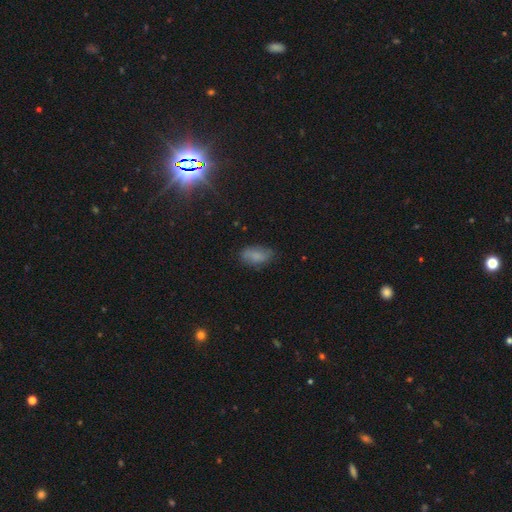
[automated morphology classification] type=smooth (77%); roundness=in between (92%); merging=none (71%).